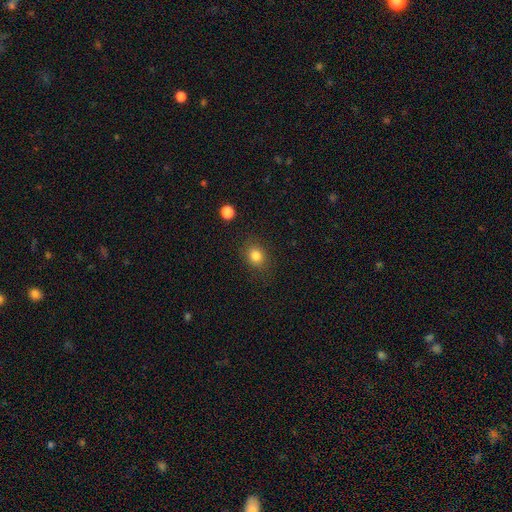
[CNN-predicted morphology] smooth 83%, star or artifact 11%, featured or disk 6%. Down the decision tree: how rounded — round (66%); merging — none (84%).